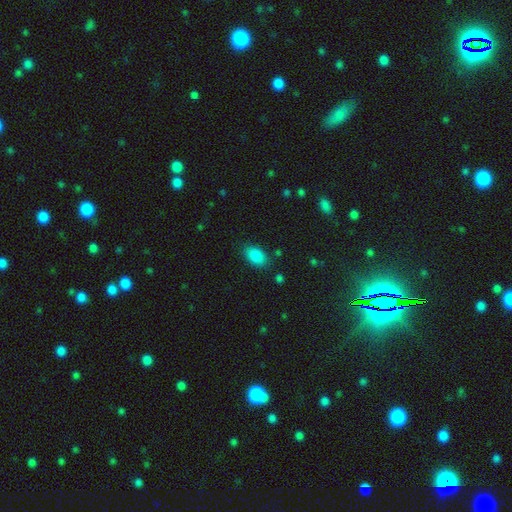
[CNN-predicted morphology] smooth 86%, star or artifact 8%, featured or disk 5%. Down the decision tree: how rounded — in between (89%); merging — none (83%).